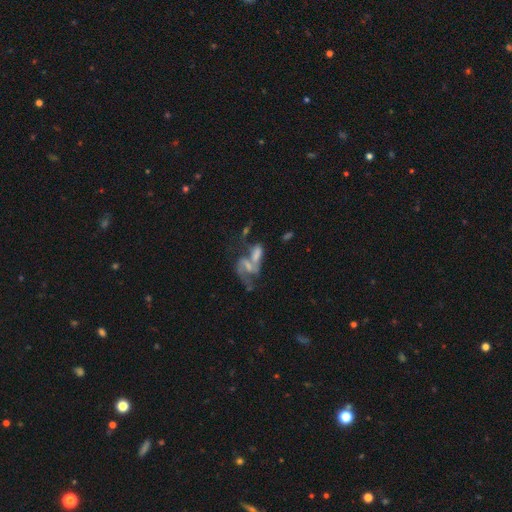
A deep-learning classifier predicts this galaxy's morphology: type=featured or disk (65%); edge-on=no (94%); bar=no (49%); spiral arms=yes (72%); bulge=small (40%); merging=merger (55%).